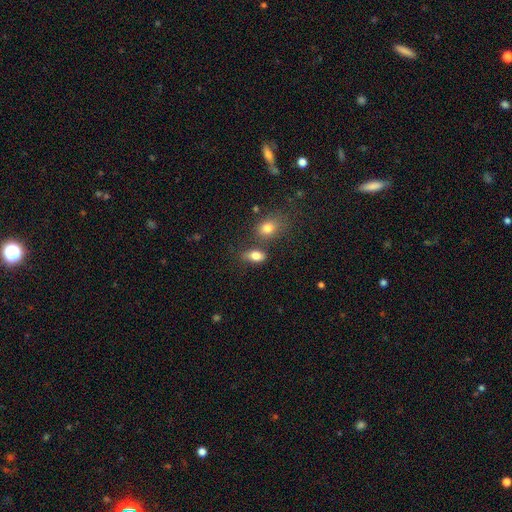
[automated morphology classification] type=smooth (80%); roundness=in between (84%); merging=none (62%).